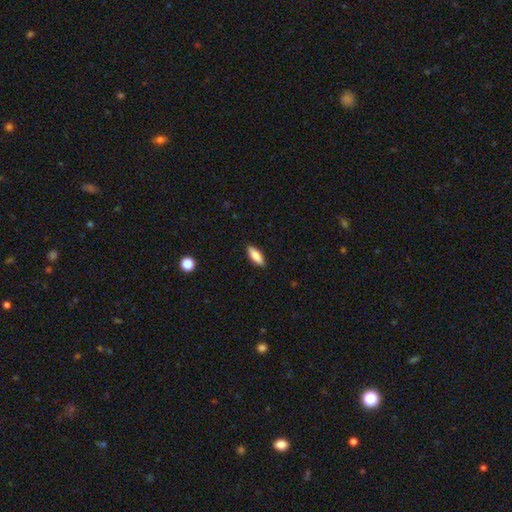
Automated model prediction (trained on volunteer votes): smooth 83%, featured or disk 11%, star or artifact 6%. Down the decision tree: how rounded — in between (67%); merging — none (89%).